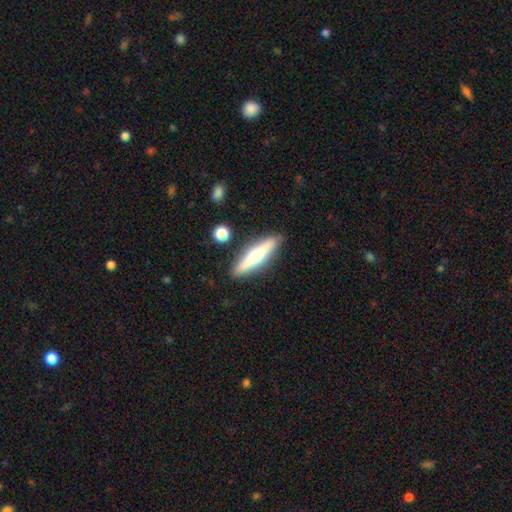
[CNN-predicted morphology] A featured or disk galaxy (51%) viewed edge-on (94%). Merging: none (87%).